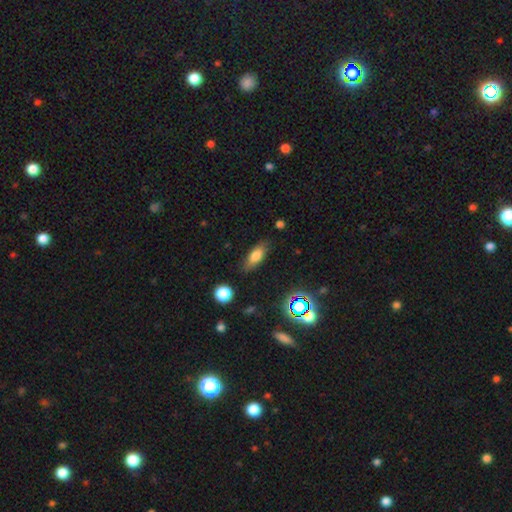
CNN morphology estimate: smooth_or_featured: smooth (p=0.71) [alt: featured or disk p=0.18]
how_rounded: in between (p=0.70) [alt: cigar-shaped p=0.25]
merging: none (p=0.80) [alt: minor disturbance p=0.14]